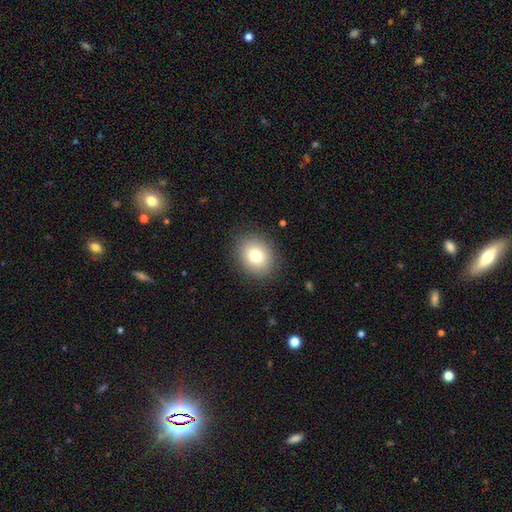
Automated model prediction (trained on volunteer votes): The model was most divided on "how rounded": round: 58%, in between: 41%, cigar-shaped: 1%. More confident: merging — none (88%); smooth or featured — smooth (78%).